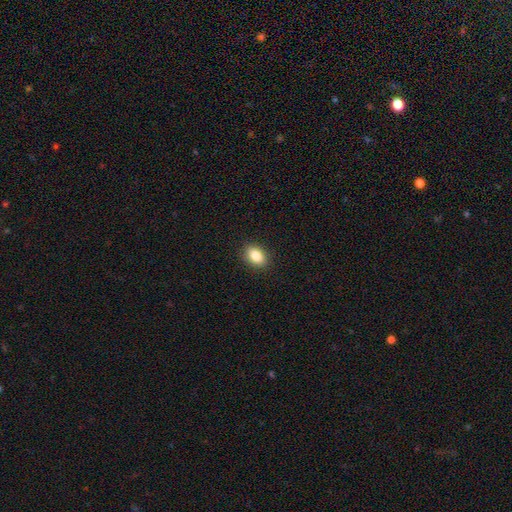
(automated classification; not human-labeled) Q: Smooth or featured?
A: smooth (85%); runner-up: star or artifact (8%)
Q: How rounded?
A: in between (83%); runner-up: round (15%)
Q: Merging?
A: none (89%); runner-up: minor disturbance (8%)